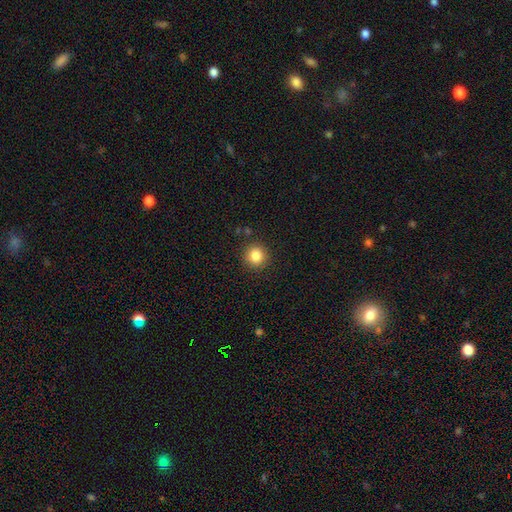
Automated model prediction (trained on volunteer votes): This appears to be a smooth galaxy with no disk features (85%) that is round (92%). Merging: none (88%).